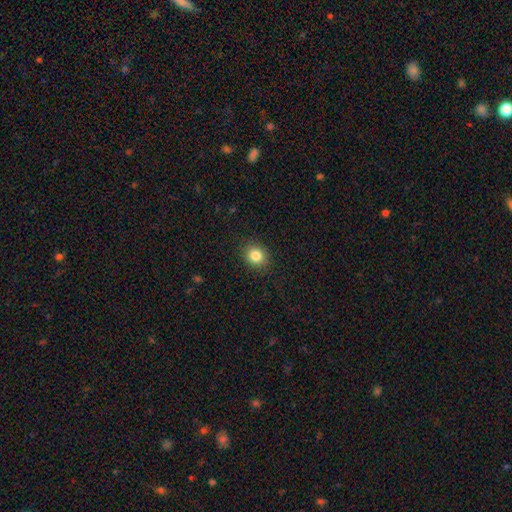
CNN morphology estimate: This appears to be a smooth galaxy with no disk features (84%) that is round (71%). Merging: none (89%).